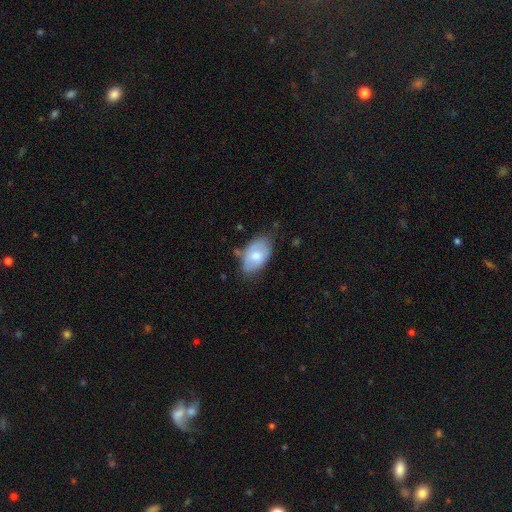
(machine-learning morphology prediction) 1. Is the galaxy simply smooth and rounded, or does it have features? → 68% smooth, 26% featured or disk, 6% star or artifact.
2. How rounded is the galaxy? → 92% in between, 6% round, 1% cigar-shaped.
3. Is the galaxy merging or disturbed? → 66% none, 25% minor disturbance, 5% major disturbance, 3% merger.